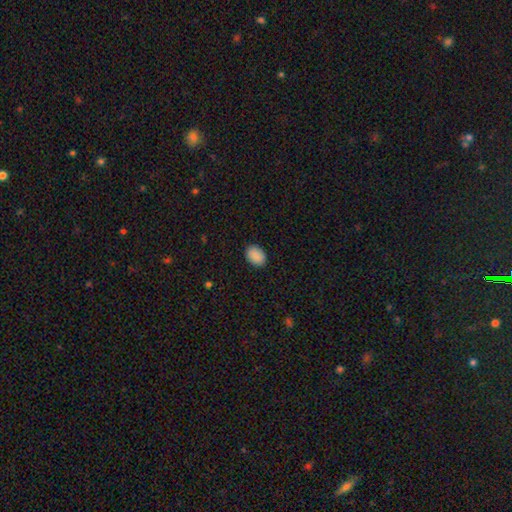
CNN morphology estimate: Smooth or featured: smooth — 90% (star or artifact — 7%)
How rounded: in between — 76% (round — 23%)
Merging: none — 89% (minor disturbance — 8%)